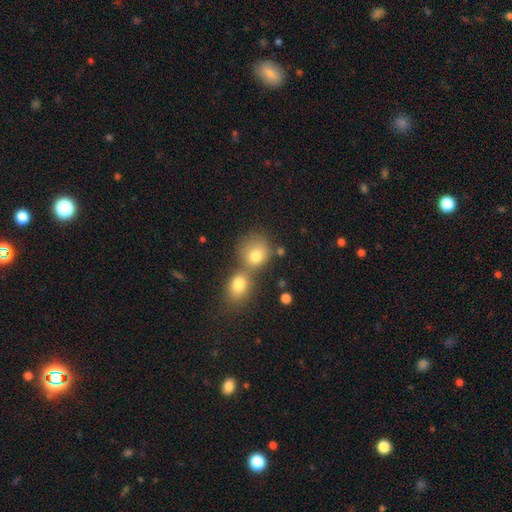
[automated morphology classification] A smooth galaxy with no disk features (78%) that is round (76%).

Vote fractions:
- Smooth or featured? smooth: 78% / featured or disk: 11% / star or artifact: 11%
- How rounded? round: 76% / in between: 23% / cigar-shaped: 1%
- Merging? merger: 47% / none: 39% / minor disturbance: 9% / major disturbance: 5%